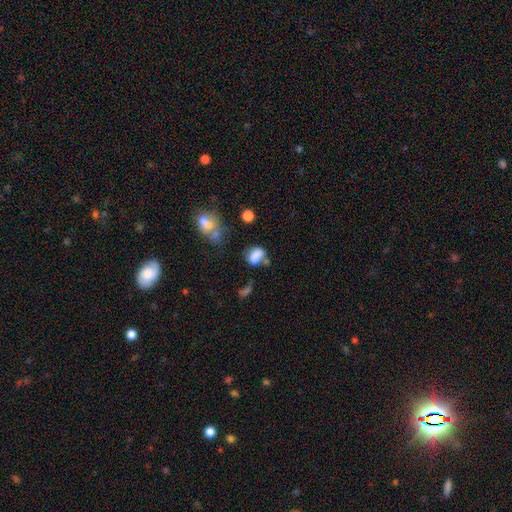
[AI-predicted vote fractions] Smooth or featured: smooth — 78% (star or artifact — 11%)
How rounded: in between — 75% (round — 22%)
Merging: none — 46% (minor disturbance — 24%)